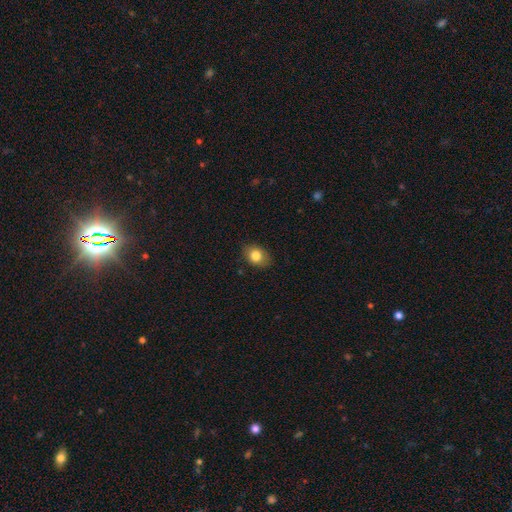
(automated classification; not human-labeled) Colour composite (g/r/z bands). It shows a smooth galaxy with no disk features (82%) that is in between round and cigar-shaped (63%). Merging: none (83%).